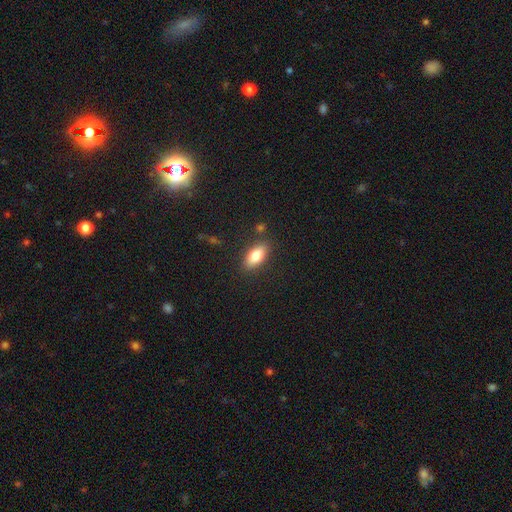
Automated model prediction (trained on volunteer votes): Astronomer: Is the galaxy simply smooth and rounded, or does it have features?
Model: smooth — 80%.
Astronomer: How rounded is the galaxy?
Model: in between — 87%.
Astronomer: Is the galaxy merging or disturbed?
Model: none — 84%.